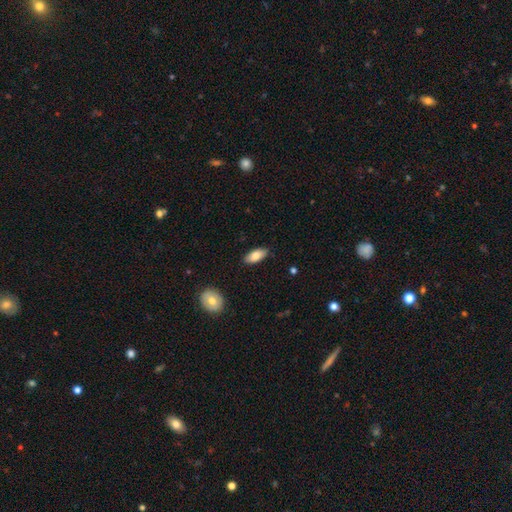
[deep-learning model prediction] Smooth or featured: smooth — 81% (featured or disk — 12%)
How rounded: in between — 88% (cigar-shaped — 10%)
Merging: none — 85% (minor disturbance — 11%)